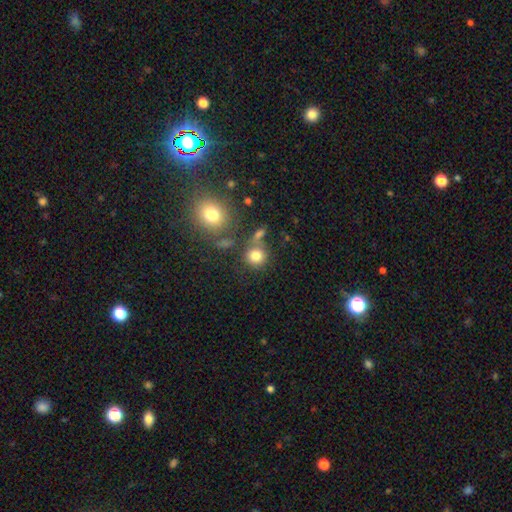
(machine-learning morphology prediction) smooth_or_featured: smooth (p=0.79) [alt: star or artifact p=0.13]
how_rounded: round (p=0.87) [alt: in between p=0.12]
merging: none (p=0.65) [alt: merger p=0.17]